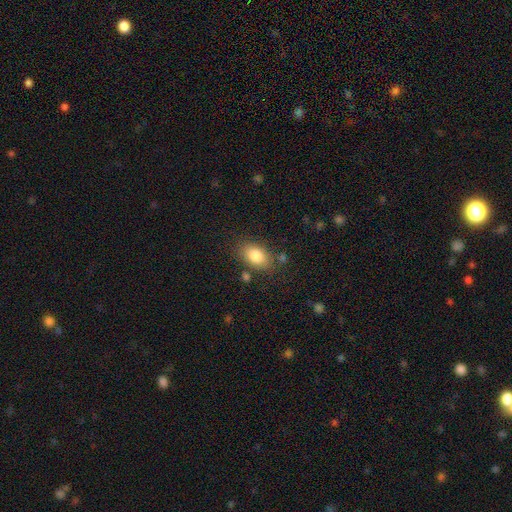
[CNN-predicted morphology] smooth-or-featured: smooth: 84% | featured or disk: 9% | star or artifact: 8%
  how-rounded: in between: 88% | round: 11% | cigar-shaped: 2%
  merging: none: 78% | minor disturbance: 14% | merger: 4% | major disturbance: 4%